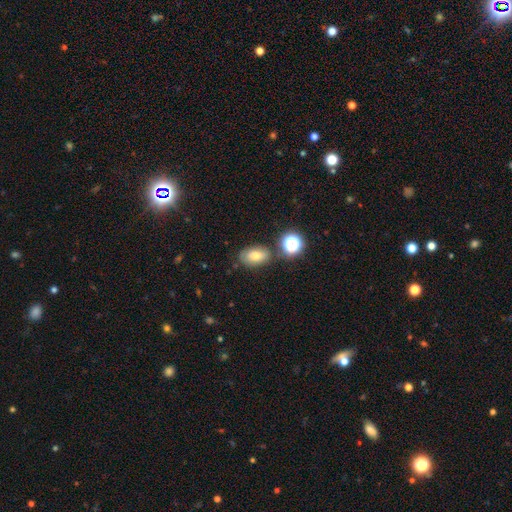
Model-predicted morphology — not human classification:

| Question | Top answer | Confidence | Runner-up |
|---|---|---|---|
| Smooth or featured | smooth | 68% | featured or disk (16%) |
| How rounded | in between | 84% | round (14%) |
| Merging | none | 74% | minor disturbance (15%) |